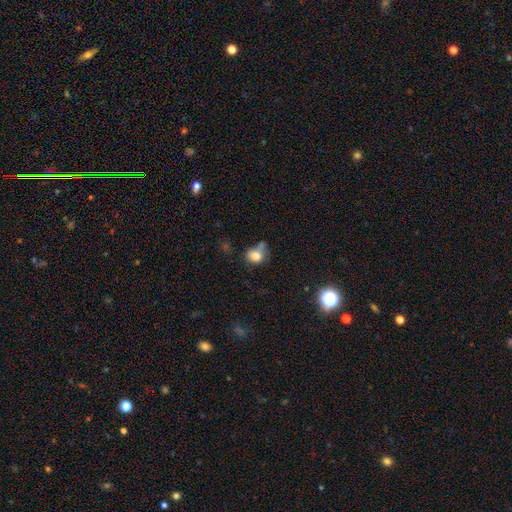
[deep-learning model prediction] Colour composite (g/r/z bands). It shows a smooth galaxy with no disk features (78%) that is round (54%). Merging: none (38%).